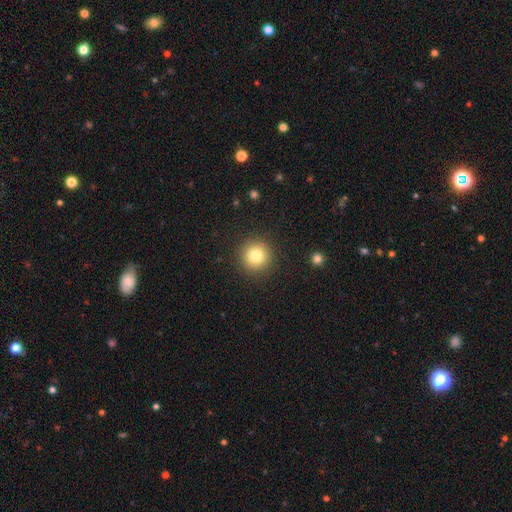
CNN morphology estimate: This appears to be a smooth galaxy with no disk features (81%) that is round (95%). Merging: none (91%).